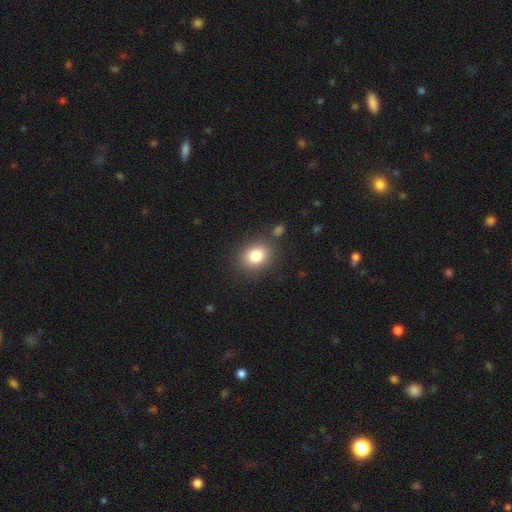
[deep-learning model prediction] This appears to be a smooth galaxy with no disk features (82%) that is round (57%). Merging: none (82%).